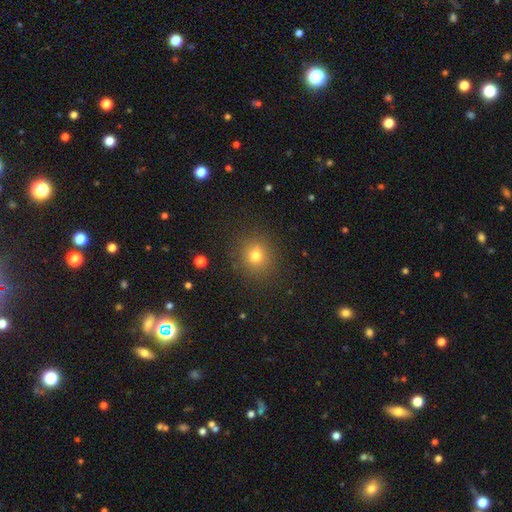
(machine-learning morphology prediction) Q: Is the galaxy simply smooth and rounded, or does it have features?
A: smooth — 75%.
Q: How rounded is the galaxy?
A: round — 88%.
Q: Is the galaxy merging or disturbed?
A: none — 87%.